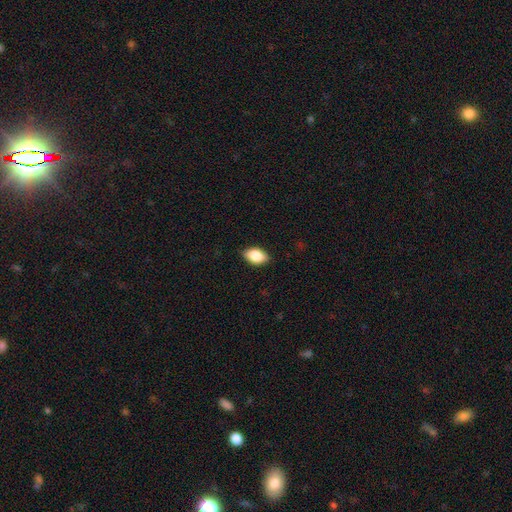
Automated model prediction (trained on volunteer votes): Smooth or featured? smooth (84%)
How rounded? in between (90%)
Merging? none (85%)